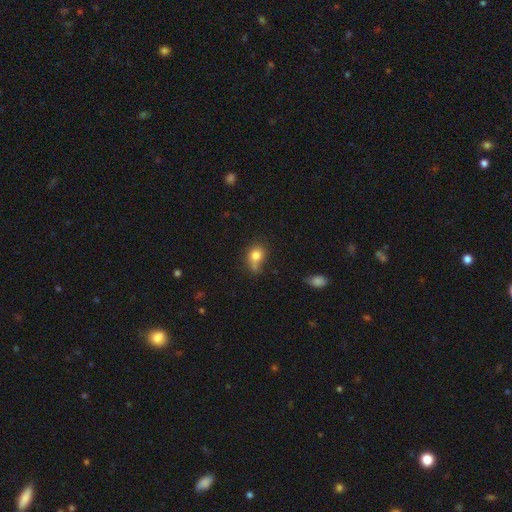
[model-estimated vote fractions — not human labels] The model was most divided on "how rounded": round: 55%, in between: 43%, cigar-shaped: 2%. Remaining: smooth or featured — smooth (79%); merging — none (47%).